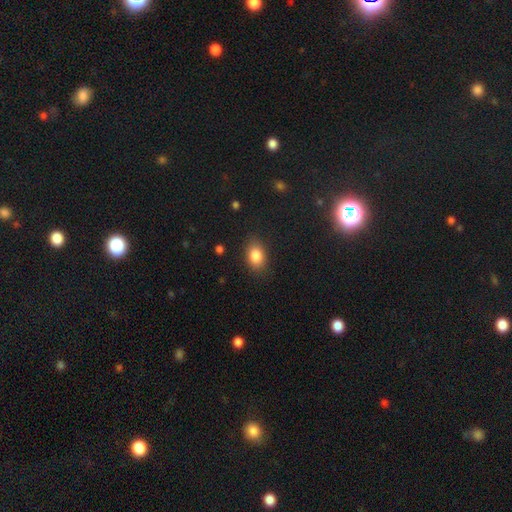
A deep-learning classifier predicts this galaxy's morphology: Smooth or featured?
  - smooth: 85% *
  - star or artifact: 9%
  - featured or disk: 7%
How rounded?
  - in between: 78% *
  - round: 21%
  - cigar-shaped: 2%
Merging?
  - none: 84% *
  - minor disturbance: 12%
  - major disturbance: 3%
  - merger: 1%